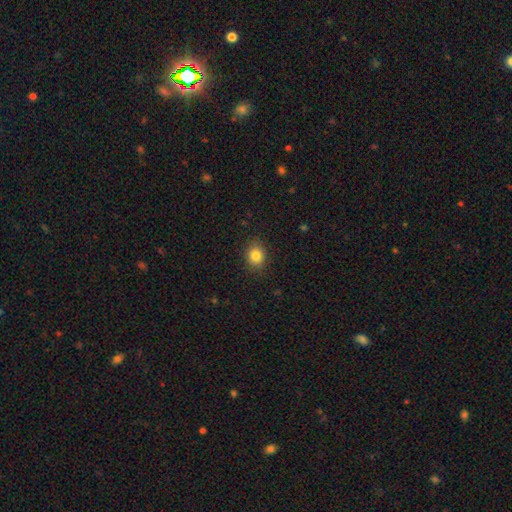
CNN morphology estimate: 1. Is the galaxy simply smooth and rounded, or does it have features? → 84% smooth, 11% star or artifact, 6% featured or disk.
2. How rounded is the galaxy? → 64% round, 36% in between, 1% cigar-shaped.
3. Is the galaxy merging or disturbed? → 88% none, 9% minor disturbance, 2% major disturbance, 1% merger.